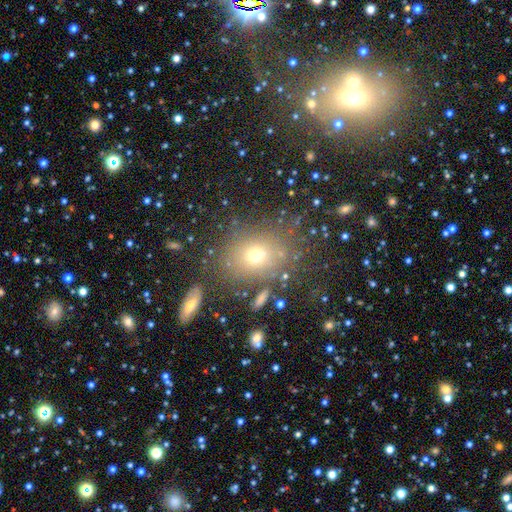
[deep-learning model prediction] This is likely a smooth galaxy (66%). How rounded: likely round (61%). Merging: likely none (74%).